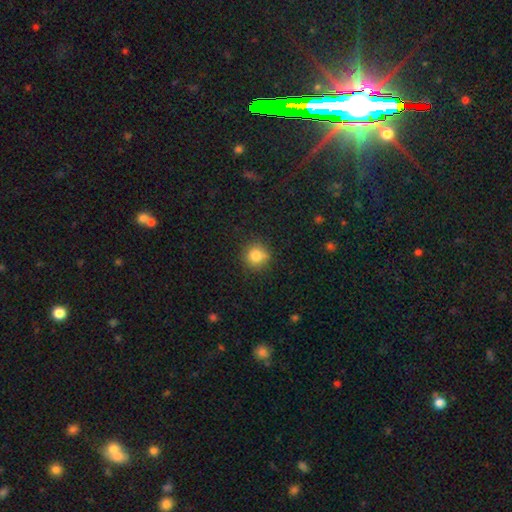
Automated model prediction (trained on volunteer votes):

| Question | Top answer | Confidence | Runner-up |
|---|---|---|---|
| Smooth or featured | smooth | 80% | star or artifact (12%) |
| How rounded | round | 92% | in between (7%) |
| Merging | none | 79% | minor disturbance (12%) |